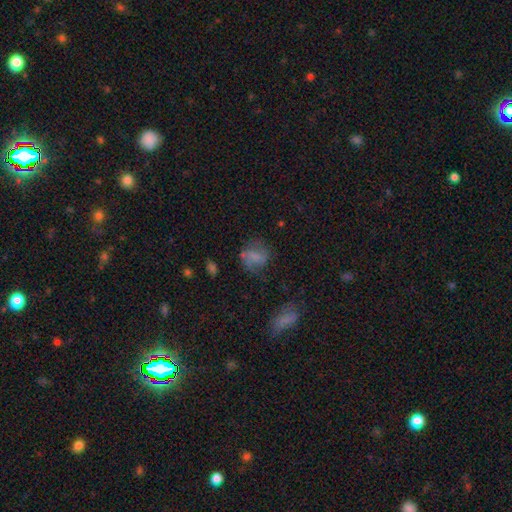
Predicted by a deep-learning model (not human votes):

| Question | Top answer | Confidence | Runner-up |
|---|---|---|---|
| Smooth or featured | smooth | 59% | featured or disk (29%) |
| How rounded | round | 52% | in between (46%) |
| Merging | none | 58% | minor disturbance (23%) |